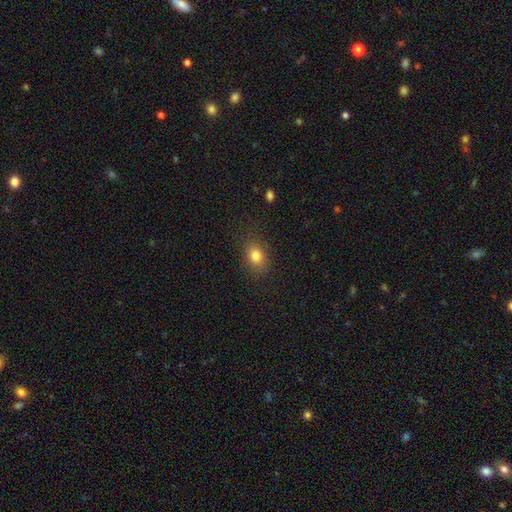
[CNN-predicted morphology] Smooth or featured?
  - smooth: 81% *
  - star or artifact: 11%
  - featured or disk: 8%
How rounded?
  - in between: 60% *
  - round: 39%
  - cigar-shaped: 1%
Merging?
  - none: 82% *
  - minor disturbance: 13%
  - major disturbance: 4%
  - merger: 1%